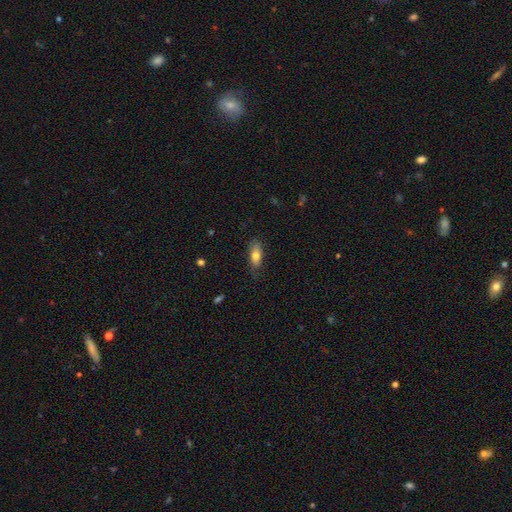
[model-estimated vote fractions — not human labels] smooth_or_featured: smooth (p=0.74) [alt: featured or disk p=0.19]
how_rounded: in between (p=0.71) [alt: cigar-shaped p=0.26]
merging: none (p=0.77) [alt: minor disturbance p=0.18]